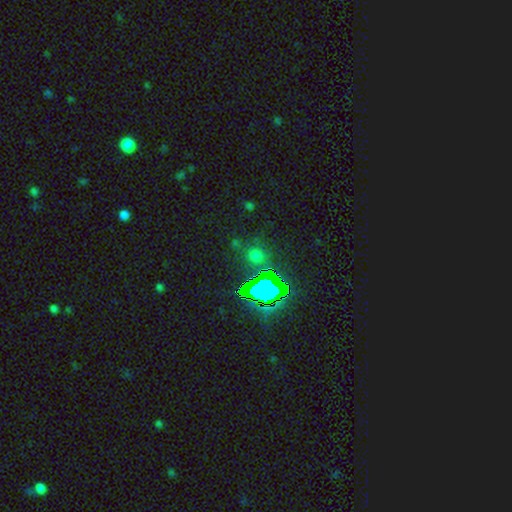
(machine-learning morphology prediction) type=star or artifact (46%, tied with smooth).